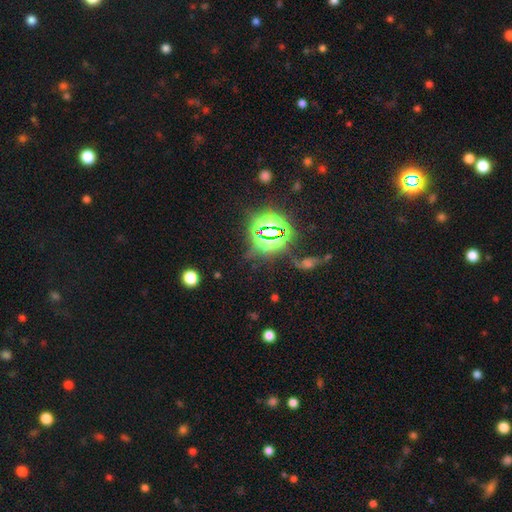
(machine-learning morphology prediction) Overall: star or artifact (80%).